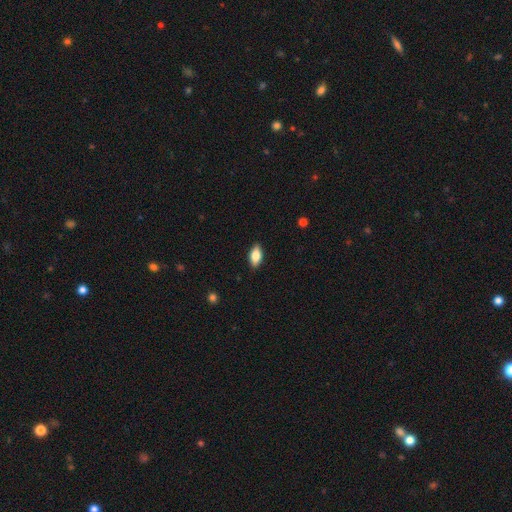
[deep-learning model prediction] Smooth or featured? smooth (79%)
How rounded? in between (89%)
Merging? none (88%)